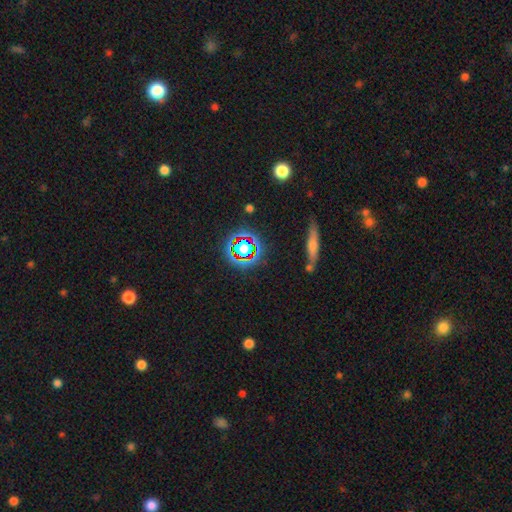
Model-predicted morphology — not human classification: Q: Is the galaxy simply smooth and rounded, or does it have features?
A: star or artifact — 58%.